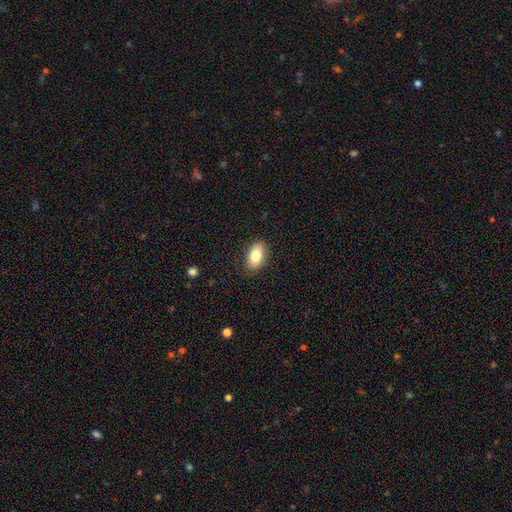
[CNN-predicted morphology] Smooth or featured? smooth (81%)
How rounded? in between (90%)
Merging? none (87%)